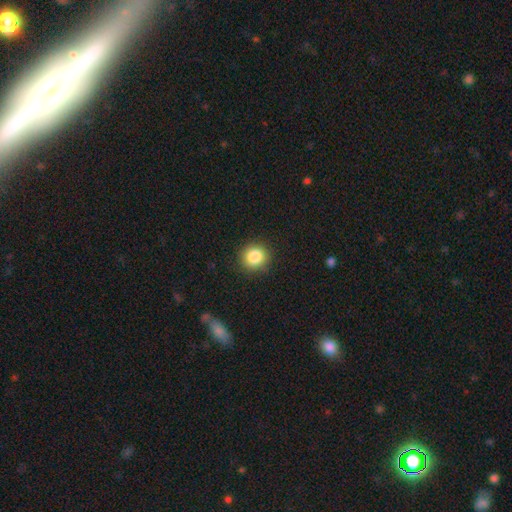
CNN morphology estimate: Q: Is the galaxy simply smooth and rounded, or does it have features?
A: smooth — 86%.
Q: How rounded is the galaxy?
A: round — 88%.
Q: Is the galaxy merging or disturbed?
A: none — 89%.